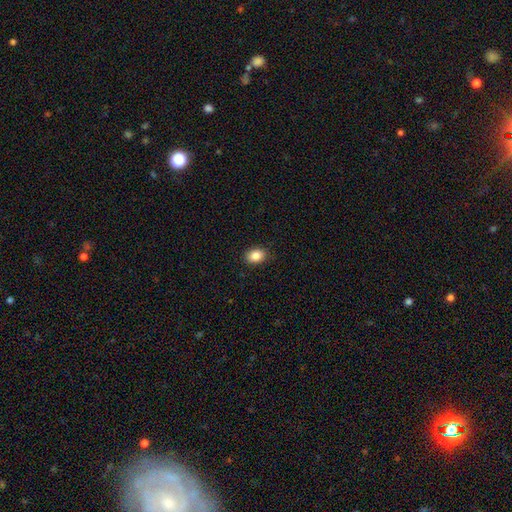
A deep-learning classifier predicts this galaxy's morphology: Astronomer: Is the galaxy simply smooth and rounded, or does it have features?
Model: smooth — 87%.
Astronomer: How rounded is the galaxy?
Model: in between — 73%.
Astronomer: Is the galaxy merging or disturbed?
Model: none — 88%.